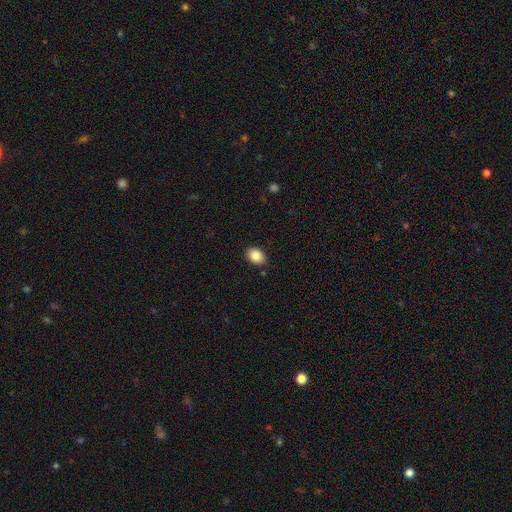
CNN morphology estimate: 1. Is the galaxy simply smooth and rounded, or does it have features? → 87% smooth, 8% star or artifact, 5% featured or disk.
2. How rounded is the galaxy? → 72% in between, 27% round, 1% cigar-shaped.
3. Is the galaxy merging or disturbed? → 86% none, 10% minor disturbance, 2% major disturbance, 2% merger.